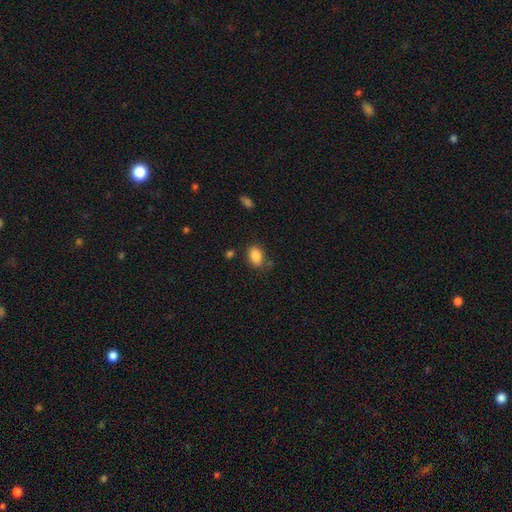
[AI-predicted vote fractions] Morphology: type=smooth (86%); roundness=in between (86%); merging=none (76%).